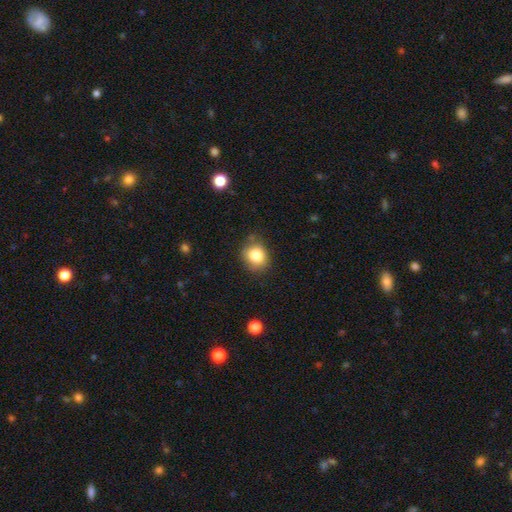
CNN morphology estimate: smooth 83%, star or artifact 10%, featured or disk 7%. Down the decision tree: how rounded — round (66%); merging — none (73%).